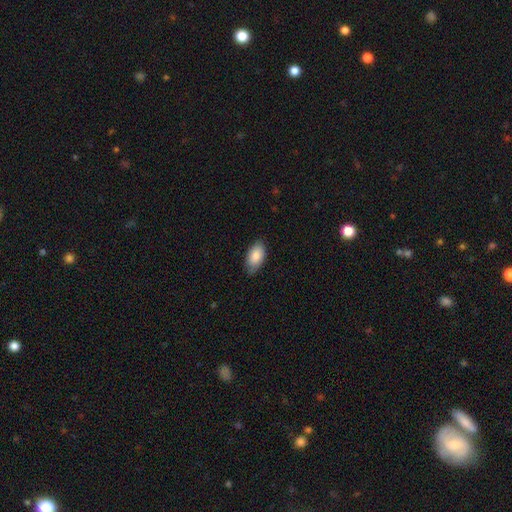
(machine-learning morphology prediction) Overall: smooth (85%). How rounded: in between (94%). Merging: none (78%).